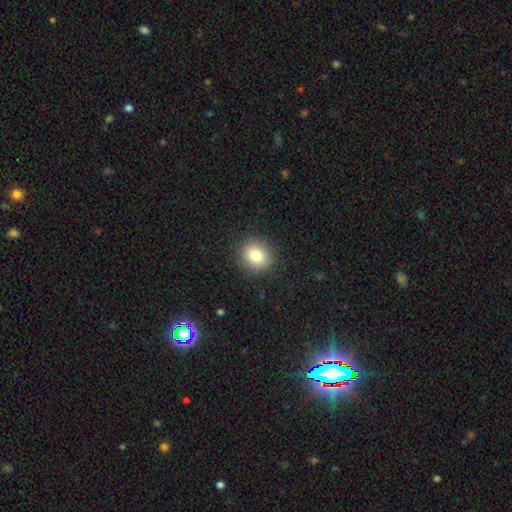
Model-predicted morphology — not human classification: smooth-or-featured: smooth: 82% | star or artifact: 10% | featured or disk: 8%
  how-rounded: round: 76% | in between: 23% | cigar-shaped: 1%
  merging: none: 89% | minor disturbance: 7% | major disturbance: 3% | merger: 1%